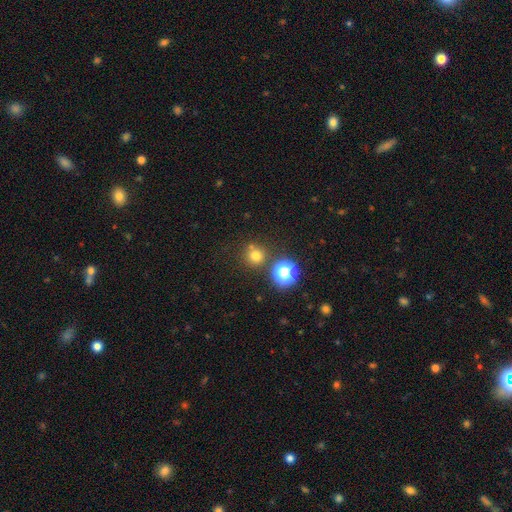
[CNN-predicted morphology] A smooth galaxy with no disk features (71%) that is round (94%). Merging: none (76%).